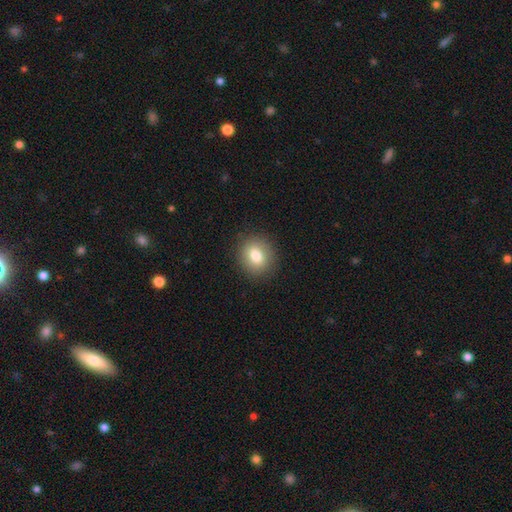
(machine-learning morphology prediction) The model was most divided on "how rounded": round: 74%, in between: 25%, cigar-shaped: 1%. More confident: merging — none (88%); smooth or featured — smooth (79%).